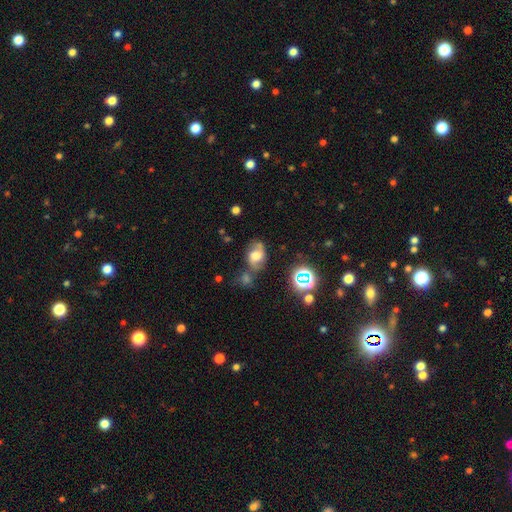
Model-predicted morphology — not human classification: The model was most divided on "smooth or featured": featured or disk: 48%, smooth: 35%, star or artifact: 17%. More confident: merging — none (54%).